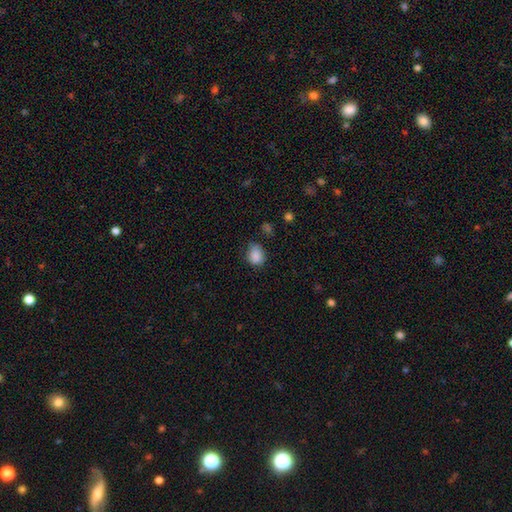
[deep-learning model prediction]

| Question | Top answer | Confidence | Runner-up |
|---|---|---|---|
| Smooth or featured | smooth | 86% | star or artifact (9%) |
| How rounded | in between | 51% | round (48%) |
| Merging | none | 62% | minor disturbance (29%) |